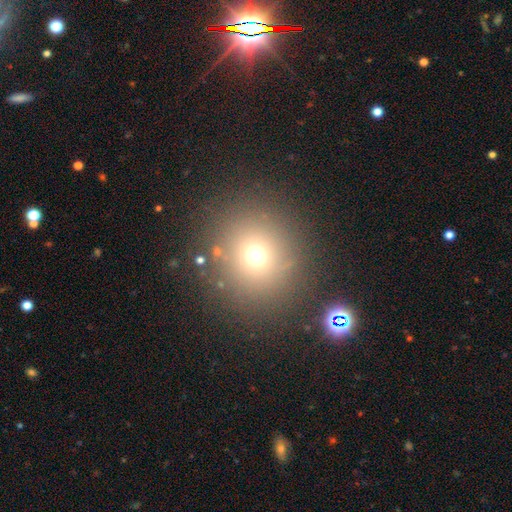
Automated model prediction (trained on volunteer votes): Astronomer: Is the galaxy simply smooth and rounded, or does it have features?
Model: smooth — 67%.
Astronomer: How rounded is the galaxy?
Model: round — 91%.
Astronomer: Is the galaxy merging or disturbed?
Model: none — 84%.